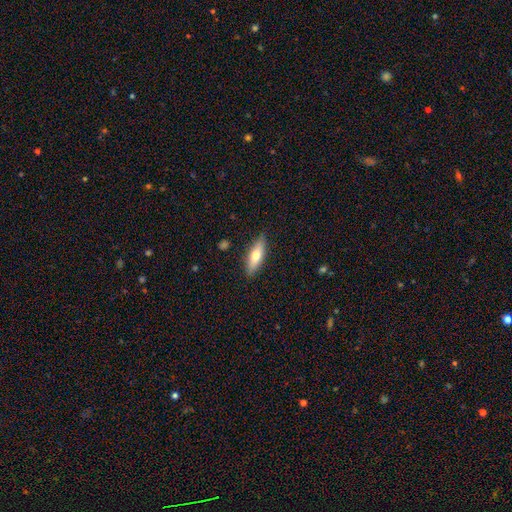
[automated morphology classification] Smooth or featured? smooth (66%)
How rounded? in between (55%)
Merging? none (87%)